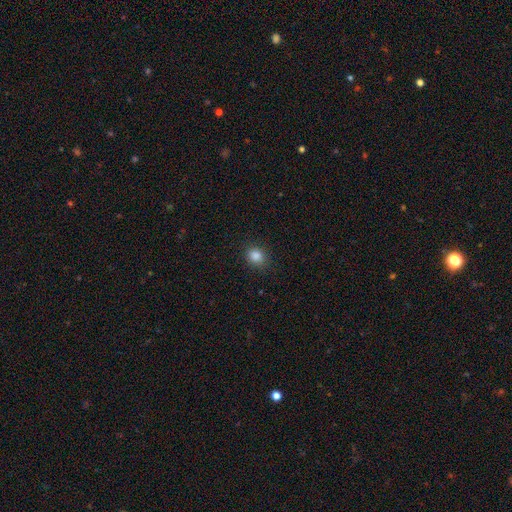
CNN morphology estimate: Smooth or featured? Predicted: smooth (p=0.85). How rounded? Predicted: round (p=0.66). Merging? Predicted: none (p=0.87).